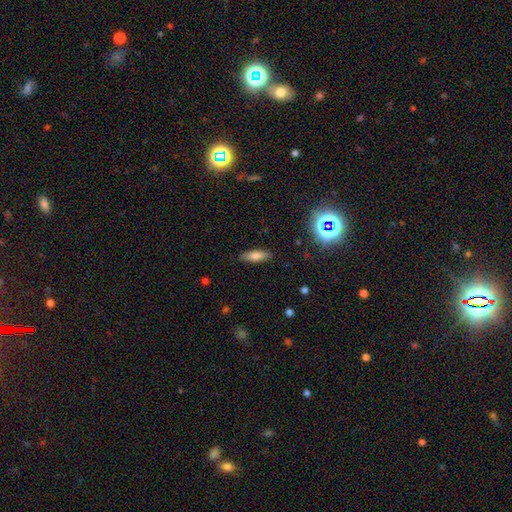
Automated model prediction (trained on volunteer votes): A smooth galaxy with no disk features (76%) that is in between round and cigar-shaped (53%).

Vote fractions:
- Smooth or featured? smooth: 76% / featured or disk: 14% / star or artifact: 10%
- How rounded? in between: 53% / cigar-shaped: 45% / round: 2%
- Merging? none: 87% / minor disturbance: 9% / major disturbance: 2% / merger: 1%